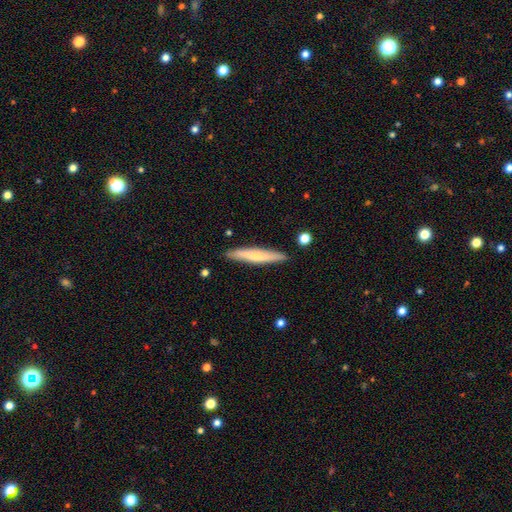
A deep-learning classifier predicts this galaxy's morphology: Smooth or featured?
  - smooth: 59% *
  - featured or disk: 35%
  - star or artifact: 6%
How rounded?
  - cigar-shaped: 93% *
  - in between: 6%
  - round: 1%
Merging?
  - none: 88% *
  - minor disturbance: 9%
  - major disturbance: 2%
  - merger: 1%